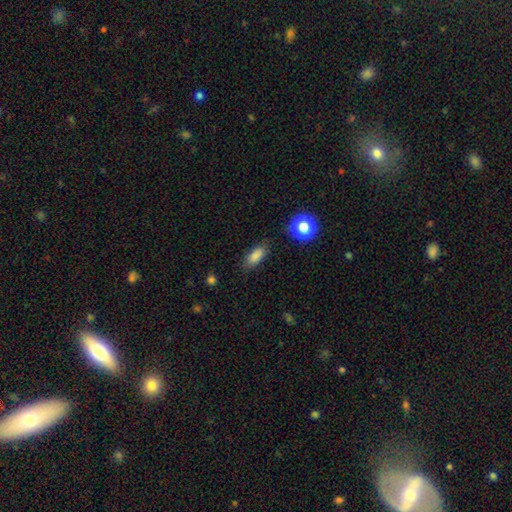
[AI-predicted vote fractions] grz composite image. It shows a smooth galaxy with no disk features (84%) that is in between round and cigar-shaped (80%). Merging: none (79%).